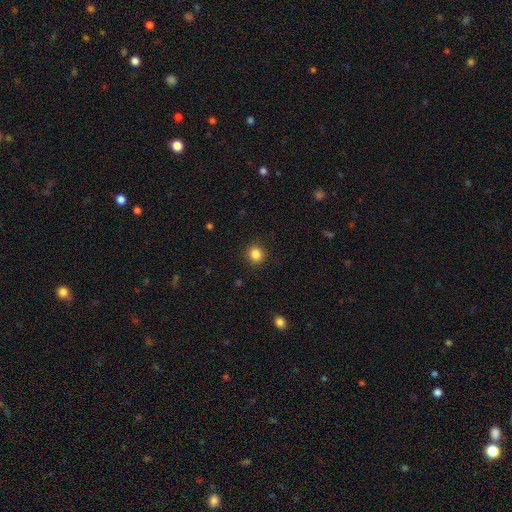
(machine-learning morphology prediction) This appears to be a smooth galaxy with no disk features (86%) that is round (85%). Merging: none (90%).